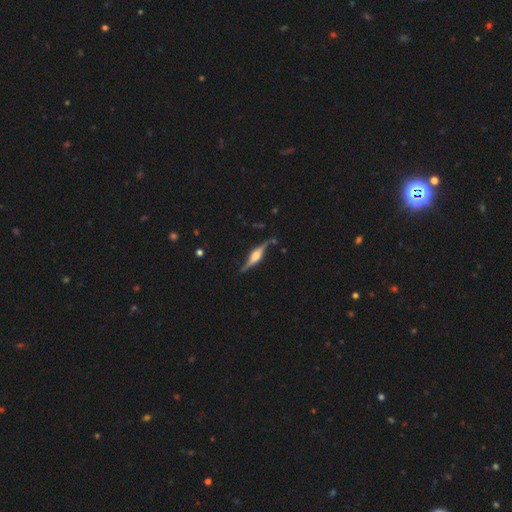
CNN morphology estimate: Q: Smooth or featured?
A: featured or disk (82%); runner-up: smooth (13%)
Q: Edge-on disk?
A: yes (91%); runner-up: no (9%)
Q: Edge-on bulge?
A: rounded (88%); runner-up: boxy (10%)
Q: Merging?
A: none (76%); runner-up: minor disturbance (17%)